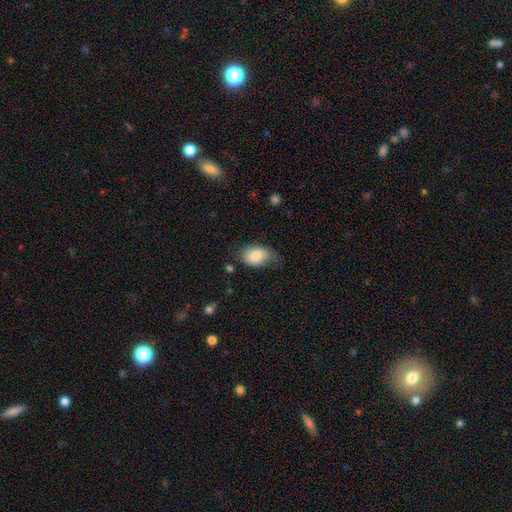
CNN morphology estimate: smooth_or_featured: smooth (p=0.80) [alt: featured or disk p=0.13]
how_rounded: in between (p=0.84) [alt: round p=0.15]
merging: none (p=0.50) [alt: minor disturbance p=0.36]